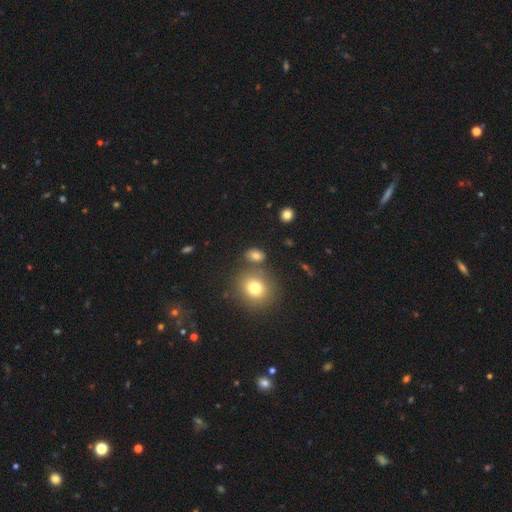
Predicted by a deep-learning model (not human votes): Smooth or featured: smooth — 78% (star or artifact — 13%)
How rounded: in between — 70% (round — 27%)
Merging: none — 72% (minor disturbance — 12%)